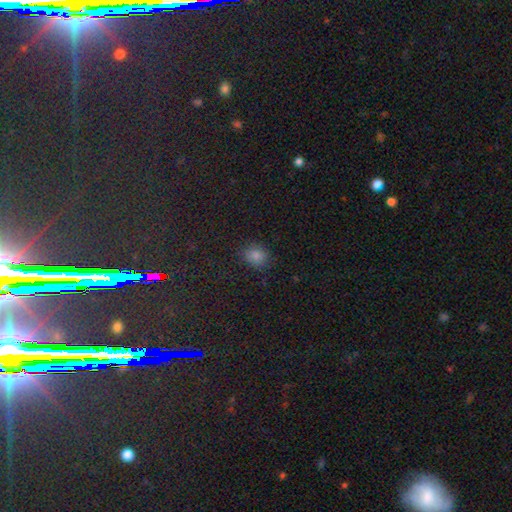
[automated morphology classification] Q: Smooth or featured?
A: smooth (81%); runner-up: star or artifact (14%)
Q: How rounded?
A: round (63%); runner-up: in between (36%)
Q: Merging?
A: none (82%); runner-up: minor disturbance (13%)